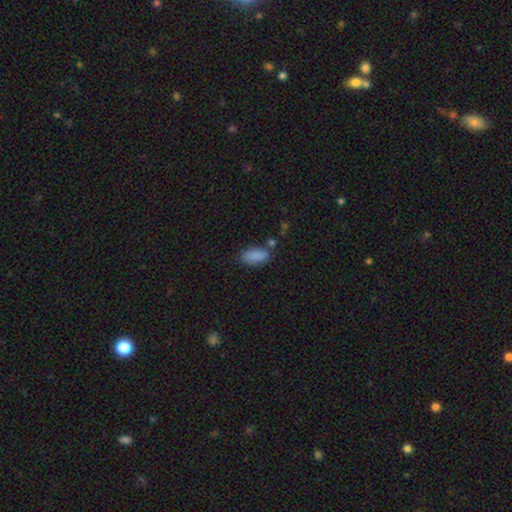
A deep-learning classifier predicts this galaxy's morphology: smooth-or-featured: smooth: 87% | star or artifact: 8% | featured or disk: 5%
  how-rounded: in between: 89% | cigar-shaped: 9% | round: 3%
  merging: none: 74% | minor disturbance: 16% | merger: 5% | major disturbance: 4%